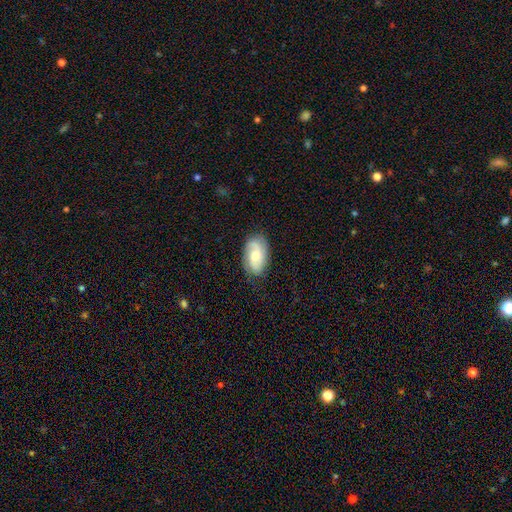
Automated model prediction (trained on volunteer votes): Smooth or featured? featured or disk (51%)
Edge-on disk? no (95%)
Merging? none (77%)